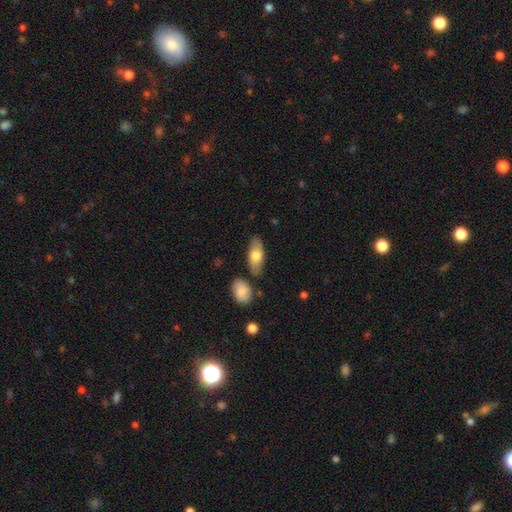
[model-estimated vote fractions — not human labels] smooth 70%, featured or disk 25%, star or artifact 6%. Down the decision tree: how rounded — in between (84%); merging — none (79%).